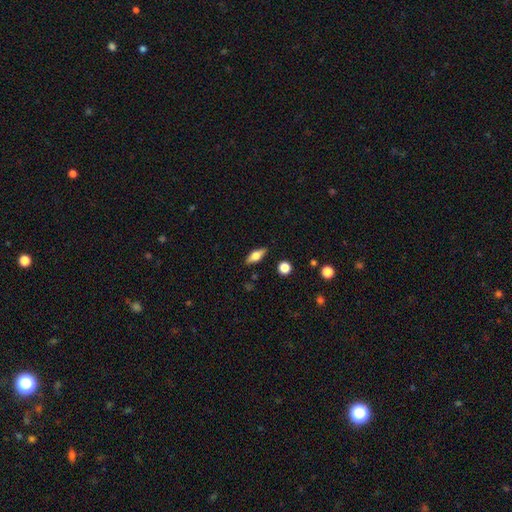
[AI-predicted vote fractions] A smooth galaxy with no disk features (48%). Merging: none (86%).